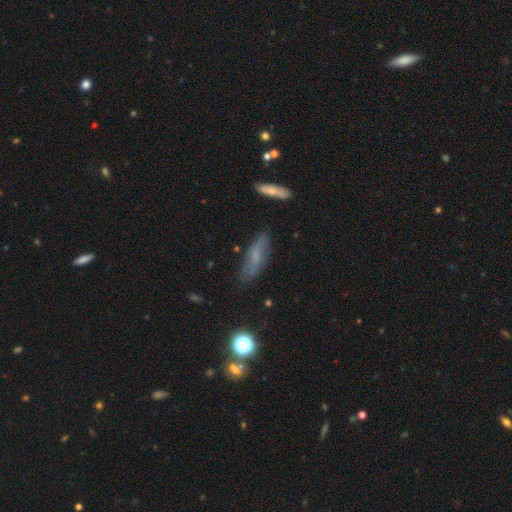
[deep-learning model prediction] A smooth galaxy with no disk features (55%) that is cigar-shaped (51%).

Vote fractions:
- Smooth or featured? smooth: 55% / featured or disk: 34% / star or artifact: 11%
- How rounded? cigar-shaped: 51% / in between: 45% / round: 3%
- Merging? none: 73% / minor disturbance: 20% / major disturbance: 5% / merger: 2%